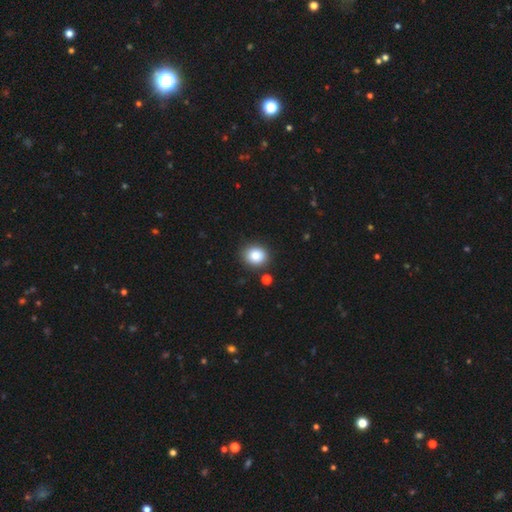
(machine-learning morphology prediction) smooth_or_featured: smooth (p=0.84) [alt: star or artifact p=0.09]
how_rounded: round (p=0.74) [alt: in between p=0.25]
merging: none (p=0.86) [alt: minor disturbance p=0.09]